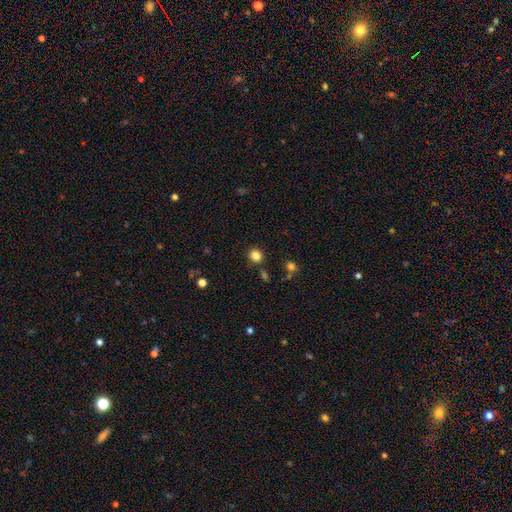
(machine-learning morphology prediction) Smooth or featured? Predicted: smooth (p=0.84). How rounded? Predicted: round (p=0.83). Merging? Predicted: none (p=0.85).